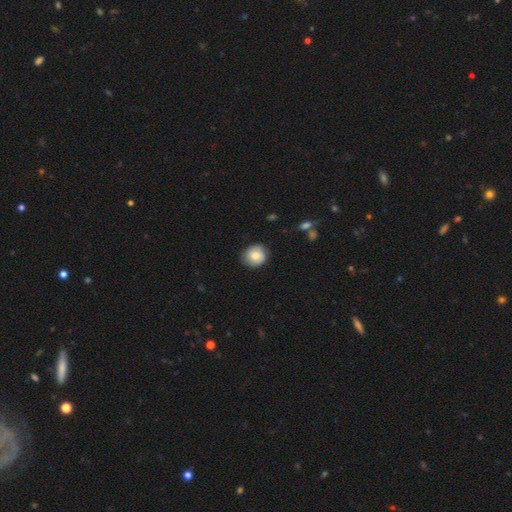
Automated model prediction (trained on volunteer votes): Smooth or featured? smooth (76%)
How rounded? round (85%)
Merging? none (80%)